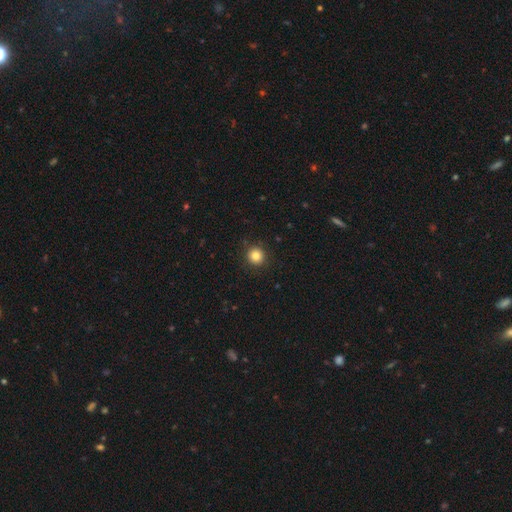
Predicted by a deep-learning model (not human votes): Smooth or featured: smooth — 84% (star or artifact — 11%)
How rounded: round — 94% (in between — 5%)
Merging: none — 91% (minor disturbance — 6%)